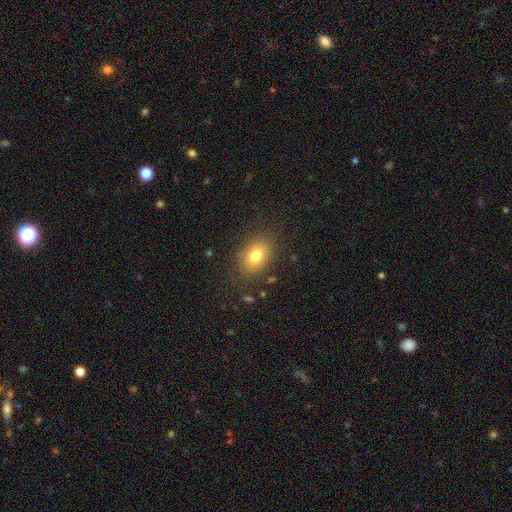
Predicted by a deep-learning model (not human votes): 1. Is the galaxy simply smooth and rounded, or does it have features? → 78% smooth, 11% featured or disk, 10% star or artifact.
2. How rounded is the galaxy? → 78% in between, 20% round, 2% cigar-shaped.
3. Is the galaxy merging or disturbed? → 83% none, 12% minor disturbance, 4% major disturbance, 2% merger.